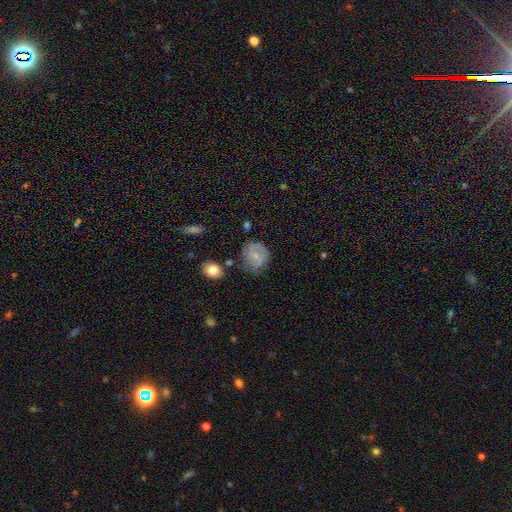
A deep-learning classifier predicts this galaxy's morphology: The model was most divided on "smooth or featured": smooth: 48%, featured or disk: 43%, star or artifact: 8%. More confident: merging — none (60%).